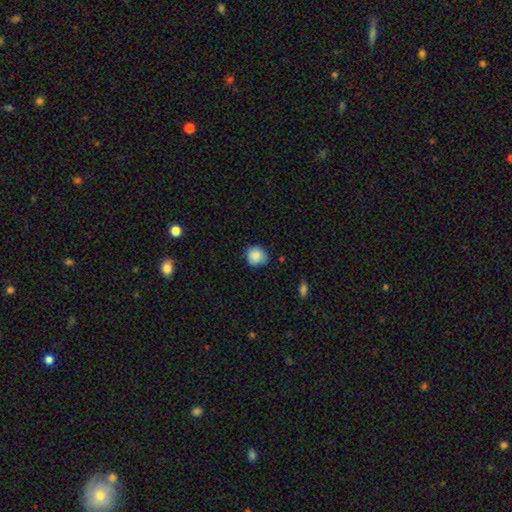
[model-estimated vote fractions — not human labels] The model was most divided on "merging": none: 77%, minor disturbance: 19%, major disturbance: 3%, merger: 1%. More confident: how rounded — round (89%); smooth or featured — smooth (86%).